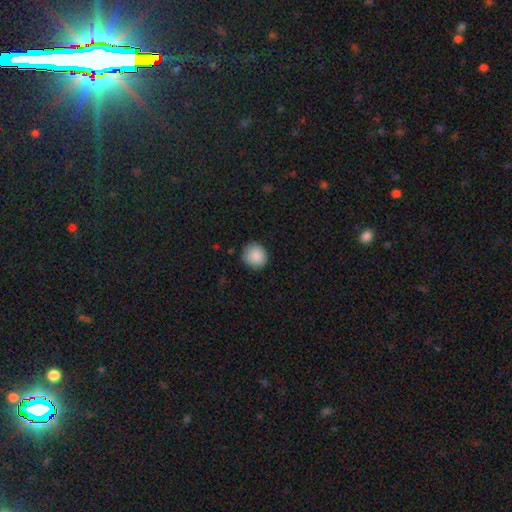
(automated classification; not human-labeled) Q: Smooth or featured?
A: smooth (89%); runner-up: star or artifact (8%)
Q: How rounded?
A: round (85%); runner-up: in between (14%)
Q: Merging?
A: none (84%); runner-up: minor disturbance (12%)